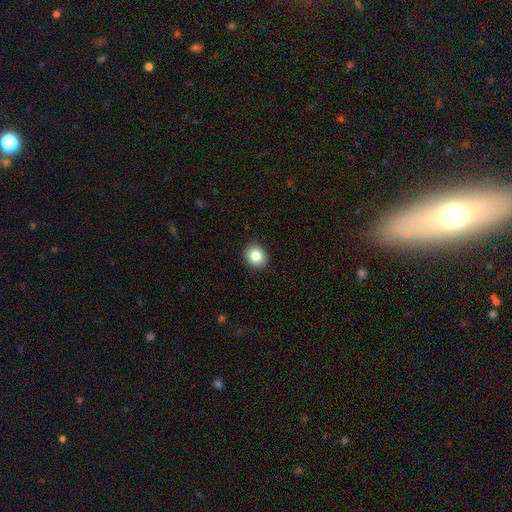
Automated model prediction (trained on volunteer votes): Overall: smooth (84%). How rounded: round (72%). Merging: none (91%).